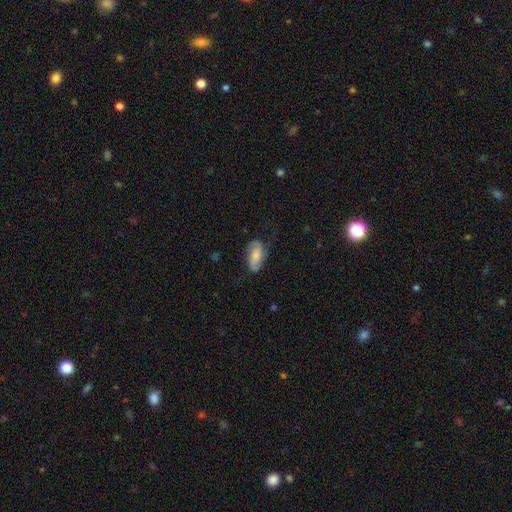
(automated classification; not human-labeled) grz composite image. It shows a featured or disk galaxy (50%). Merging: none (61%).